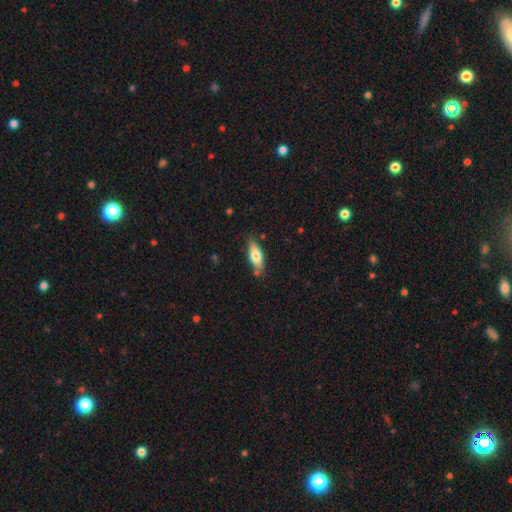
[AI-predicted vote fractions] Smooth or featured?
  - smooth: 71% *
  - featured or disk: 23%
  - star or artifact: 6%
How rounded?
  - in between: 67% *
  - cigar-shaped: 31%
  - round: 2%
Merging?
  - none: 79% *
  - minor disturbance: 15%
  - merger: 3%
  - major disturbance: 3%